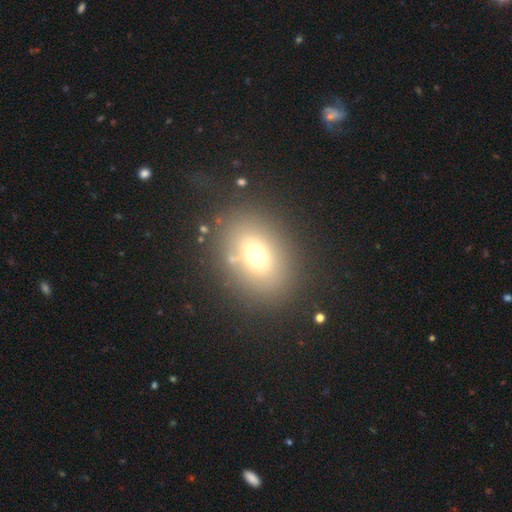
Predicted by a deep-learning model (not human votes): Smooth or featured? Predicted: smooth (p=0.66). How rounded? Predicted: in between (p=0.63). Merging? Predicted: none (p=0.77).